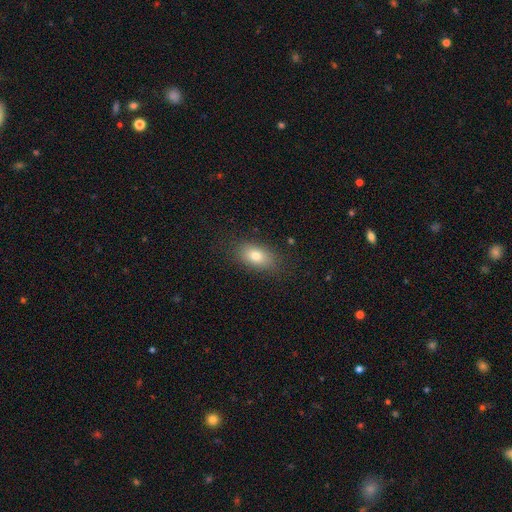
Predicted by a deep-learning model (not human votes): Smooth or featured? Predicted: smooth (p=0.79). How rounded? Predicted: in between (p=0.87). Merging? Predicted: none (p=0.83).